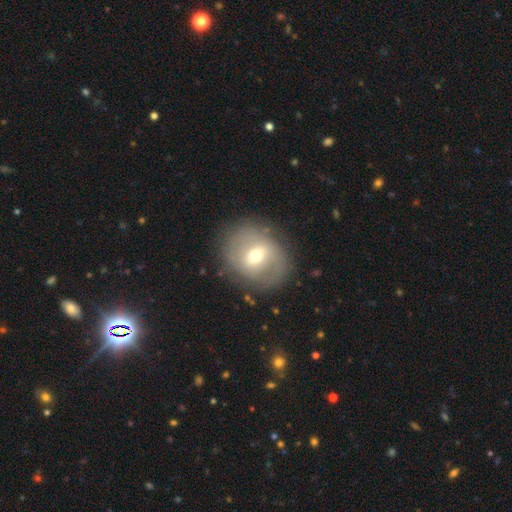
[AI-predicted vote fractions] This appears to be a featured or disk galaxy (53%) with a weak bar (50%), spiral arms (50%, tied with no) and a moderate central bulge (58%). Merging: none (77%).